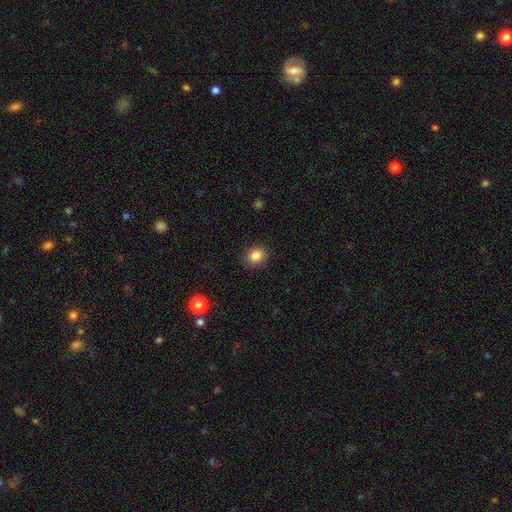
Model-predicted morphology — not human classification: Smooth or featured? smooth (85%)
How rounded? round (57%)
Merging? none (89%)